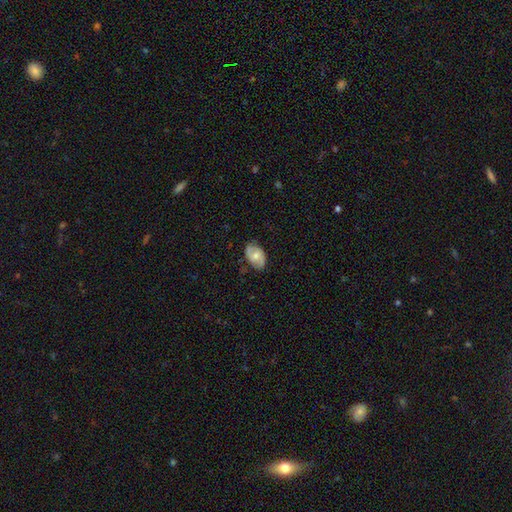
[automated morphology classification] smooth_or_featured: featured or disk (p=0.53) [alt: smooth p=0.40]
disk_edge_on: no (p=0.96) [alt: yes p=0.04]
bar: no (p=0.57) [alt: weak p=0.35]
has_spiral_arms: yes (p=0.80) [alt: no p=0.20]
bulge_size: moderate (p=0.60) [alt: small p=0.31]
merging: none (p=0.76) [alt: minor disturbance p=0.19]